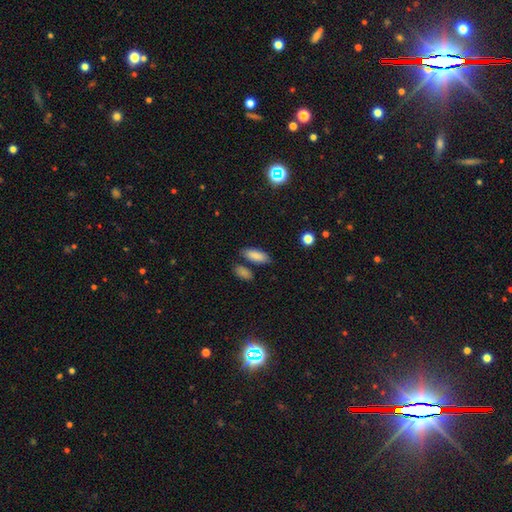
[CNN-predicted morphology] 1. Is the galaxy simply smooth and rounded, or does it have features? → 87% smooth, 7% star or artifact, 6% featured or disk.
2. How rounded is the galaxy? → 79% in between, 19% cigar-shaped, 3% round.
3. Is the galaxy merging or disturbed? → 75% none, 12% minor disturbance, 9% merger, 3% major disturbance.